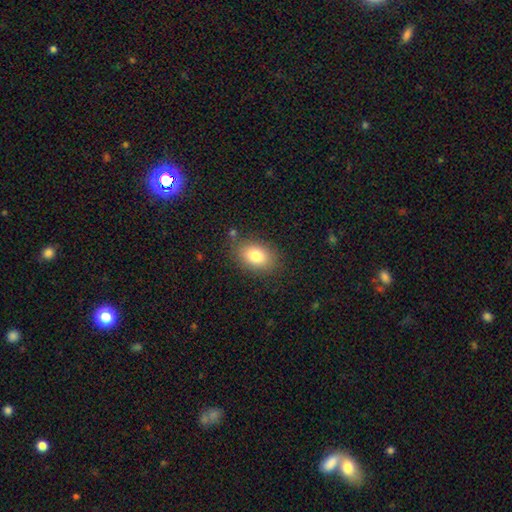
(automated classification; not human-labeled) A smooth galaxy with no disk features (82%) that is in between round and cigar-shaped (81%).

Vote fractions:
- Smooth or featured? smooth: 82% / featured or disk: 10% / star or artifact: 9%
- How rounded? in between: 81% / round: 18% / cigar-shaped: 1%
- Merging? none: 81% / minor disturbance: 13% / major disturbance: 4% / merger: 2%